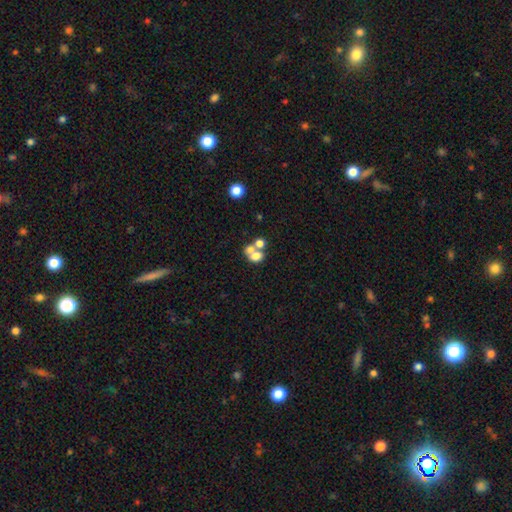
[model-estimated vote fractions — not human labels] smooth 63%, featured or disk 23%, star or artifact 14%. Down the decision tree: how rounded — in between (51%); merging — merger (62%).